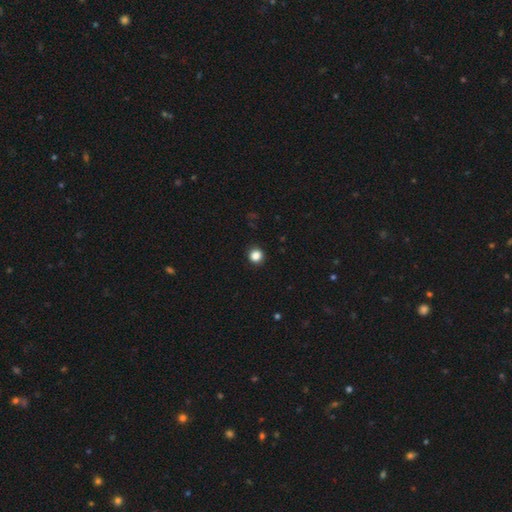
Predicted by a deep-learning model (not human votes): Smooth or featured? smooth (86%)
How rounded? round (93%)
Merging? none (92%)